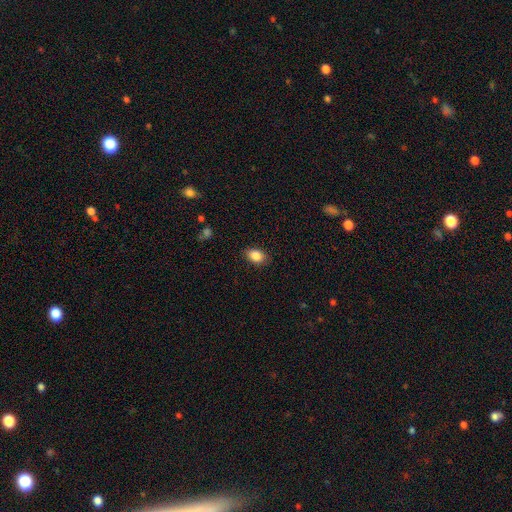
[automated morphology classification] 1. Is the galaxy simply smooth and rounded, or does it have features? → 86% smooth, 8% star or artifact, 5% featured or disk.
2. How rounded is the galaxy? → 81% in between, 18% round, 1% cigar-shaped.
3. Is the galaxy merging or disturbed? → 85% none, 11% minor disturbance, 3% major disturbance, 1% merger.